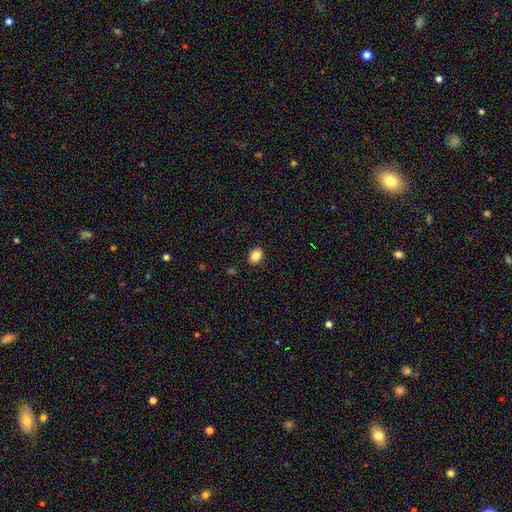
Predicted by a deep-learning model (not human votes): A smooth galaxy with no disk features (86%) that is in between round and cigar-shaped (68%). Merging: none (89%).